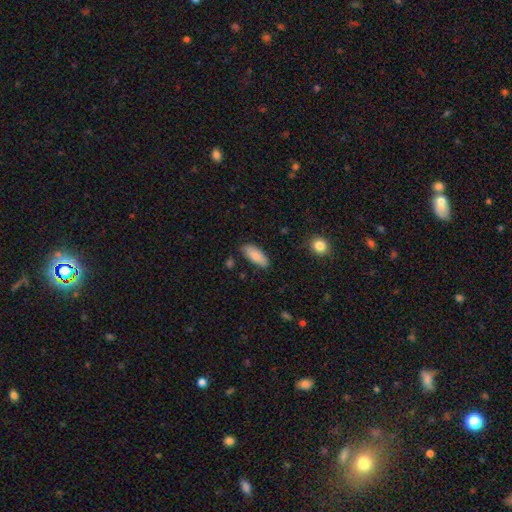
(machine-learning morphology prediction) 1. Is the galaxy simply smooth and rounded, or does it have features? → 83% smooth, 11% featured or disk, 6% star or artifact.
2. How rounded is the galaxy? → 81% in between, 17% cigar-shaped, 2% round.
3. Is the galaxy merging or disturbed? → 81% none, 15% minor disturbance, 3% major disturbance, 2% merger.